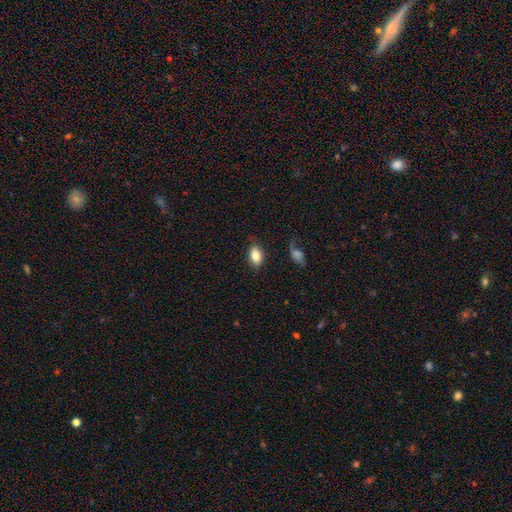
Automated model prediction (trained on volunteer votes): Q: Smooth or featured?
A: smooth (80%); runner-up: featured or disk (13%)
Q: How rounded?
A: in between (91%); runner-up: round (7%)
Q: Merging?
A: none (79%); runner-up: minor disturbance (14%)